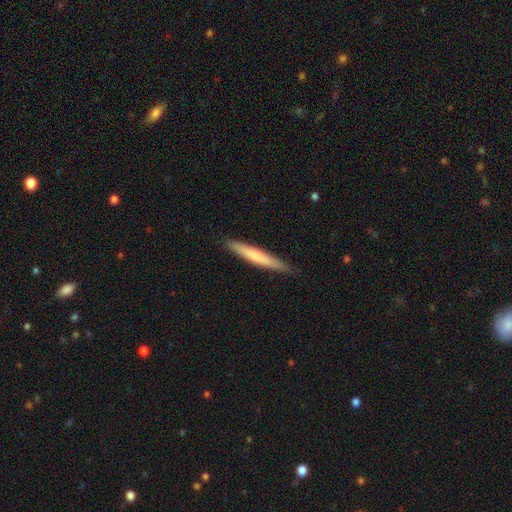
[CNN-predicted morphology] Q: Smooth or featured?
A: smooth (65%); runner-up: featured or disk (30%)
Q: How rounded?
A: cigar-shaped (95%); runner-up: in between (3%)
Q: Merging?
A: none (89%); runner-up: minor disturbance (9%)